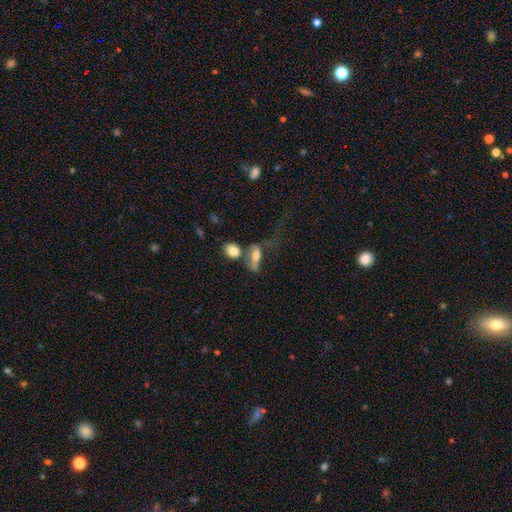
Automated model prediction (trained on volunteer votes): A smooth galaxy with no disk features (65%) that is in between round and cigar-shaped (77%).

Vote fractions:
- Smooth or featured? smooth: 65% / featured or disk: 25% / star or artifact: 10%
- How rounded? in between: 77% / cigar-shaped: 14% / round: 9%
- Merging? merger: 39% / major disturbance: 23% / none: 23% / minor disturbance: 14%